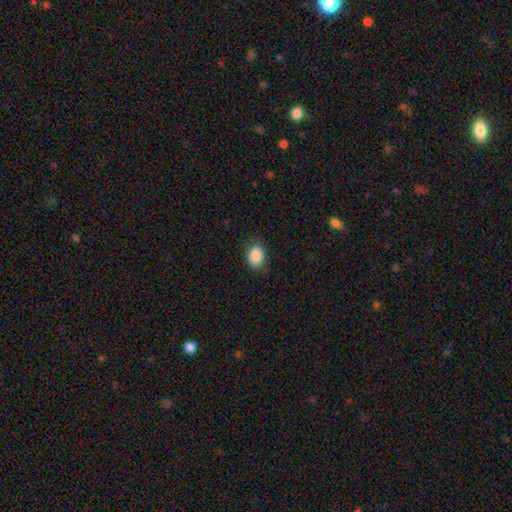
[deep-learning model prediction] A smooth galaxy with no disk features (88%) that is in between round and cigar-shaped (74%).

Vote fractions:
- Smooth or featured? smooth: 88% / star or artifact: 8% / featured or disk: 4%
- How rounded? in between: 74% / round: 25% / cigar-shaped: 1%
- Merging? none: 78% / minor disturbance: 17% / major disturbance: 4% / merger: 1%